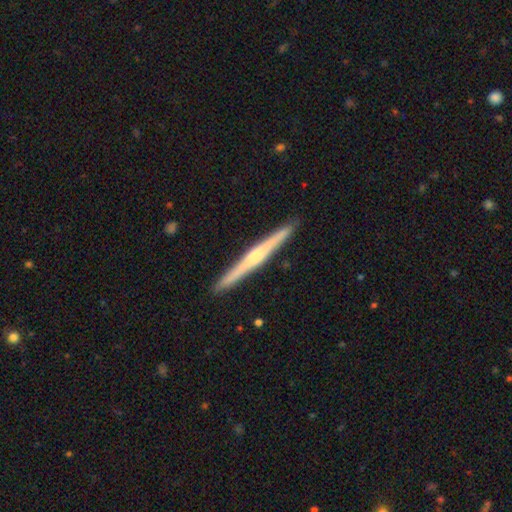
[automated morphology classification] Q: Smooth or featured?
A: featured or disk (71%); runner-up: smooth (24%)
Q: Edge-on disk?
A: yes (98%); runner-up: no (2%)
Q: Edge-on bulge?
A: rounded (68%); runner-up: none (22%)
Q: Merging?
A: none (92%); runner-up: minor disturbance (5%)